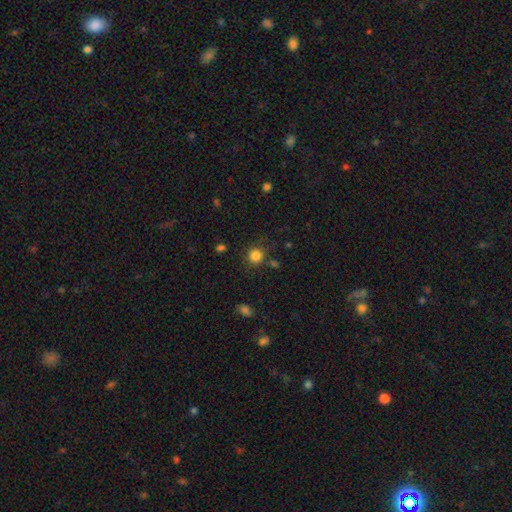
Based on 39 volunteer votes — A smooth galaxy with no disk features (85%) that is round (97%). Merging: none (89%).